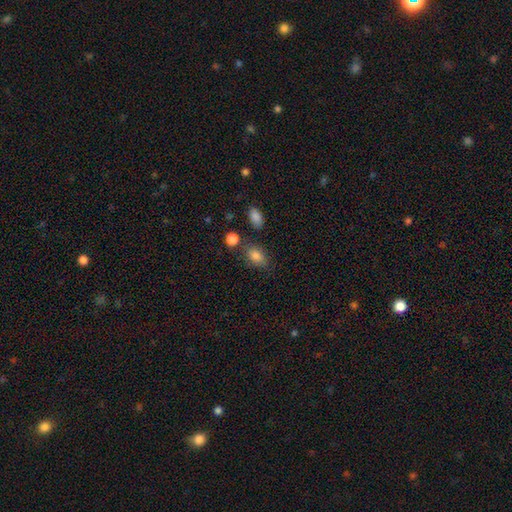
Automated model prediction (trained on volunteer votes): smooth-or-featured: smooth: 83% | star or artifact: 9% | featured or disk: 8%
  how-rounded: in between: 82% | round: 16% | cigar-shaped: 2%
  merging: none: 70% | minor disturbance: 17% | merger: 9% | major disturbance: 5%